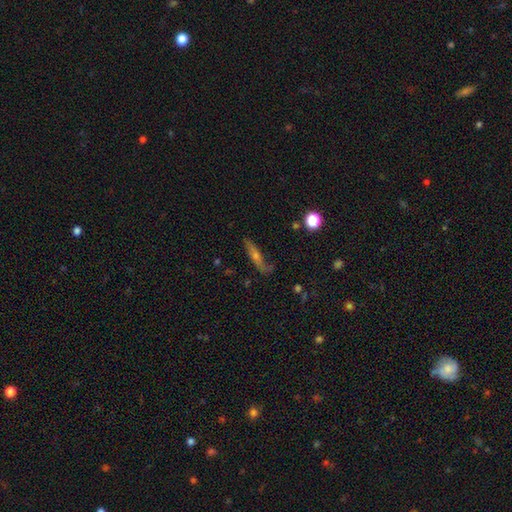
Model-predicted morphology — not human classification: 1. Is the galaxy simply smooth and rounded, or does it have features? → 58% featured or disk, 30% smooth, 11% star or artifact.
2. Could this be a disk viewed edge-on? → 60% yes, 40% no.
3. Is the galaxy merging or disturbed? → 63% none, 22% minor disturbance, 12% major disturbance, 3% merger.